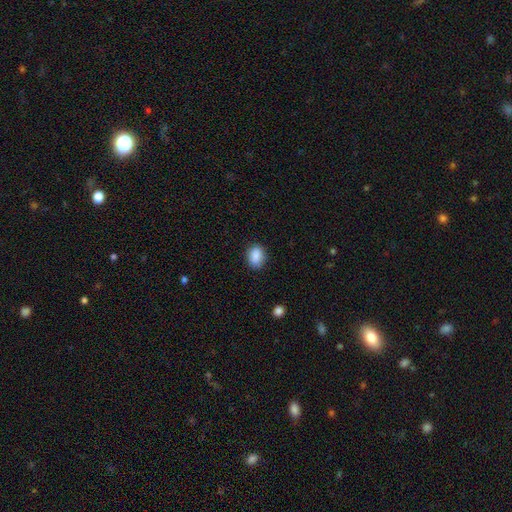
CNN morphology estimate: type=smooth (87%); roundness=in between (67%); merging=none (84%).